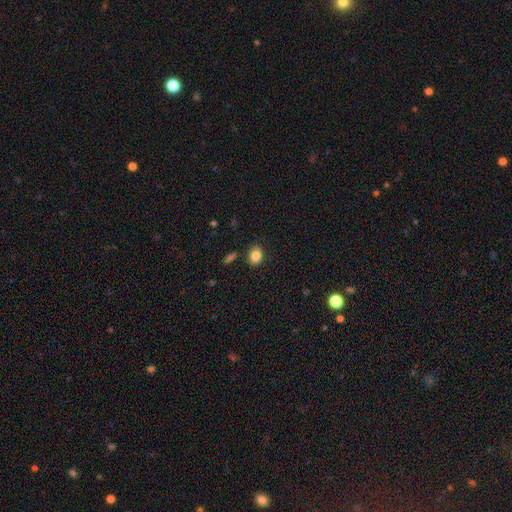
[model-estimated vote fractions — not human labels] This is clearly a smooth galaxy (85%). How rounded: possibly in between (53%). Merging: clearly none (82%).